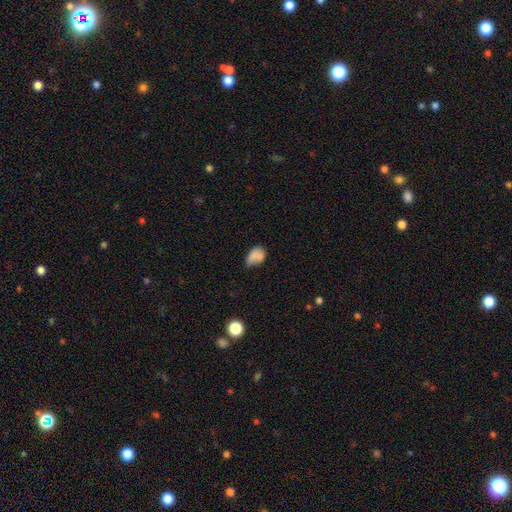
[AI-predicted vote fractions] A smooth galaxy with no disk features (79%) that is in between round and cigar-shaped (79%). Merging: none (41%).